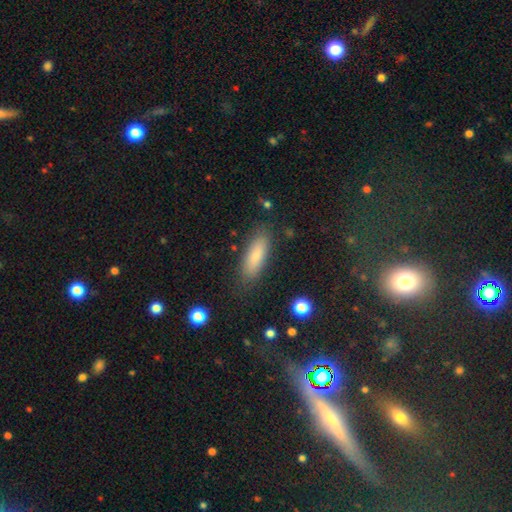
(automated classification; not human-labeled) Smooth or featured? smooth (82%)
How rounded? in between (57%)
Merging? none (83%)